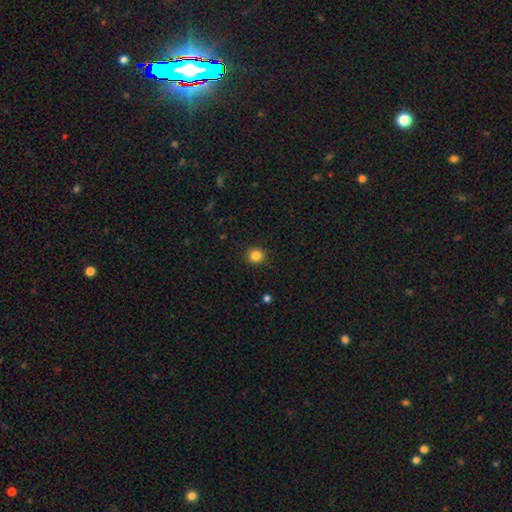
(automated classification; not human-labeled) A smooth galaxy with no disk features (84%) that is round (90%). Merging: none (91%).